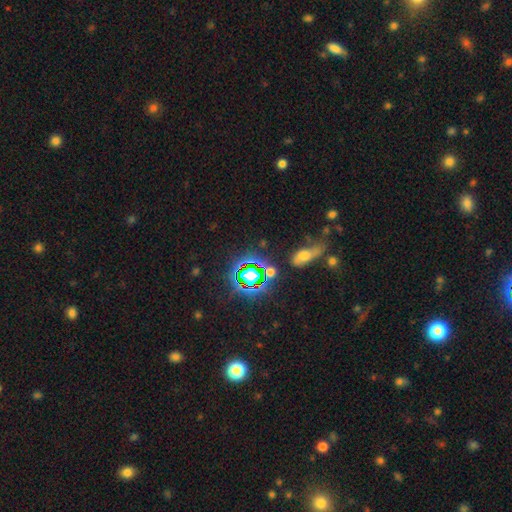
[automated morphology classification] This is likely a star or artifact rather than a galaxy (67%).